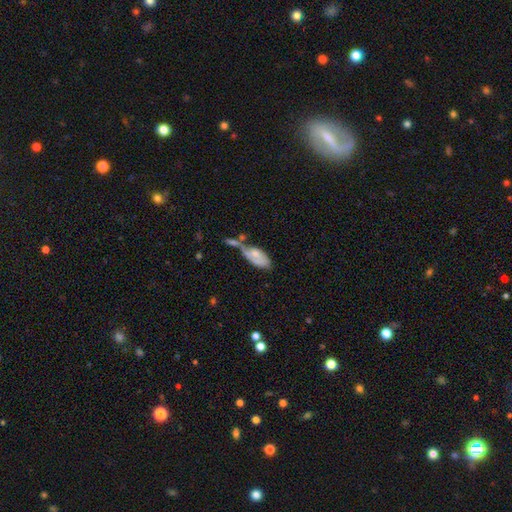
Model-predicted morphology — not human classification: smooth 56%, featured or disk 37%, star or artifact 7%. Down the decision tree: how rounded — in between (89%); merging — merger (41%).